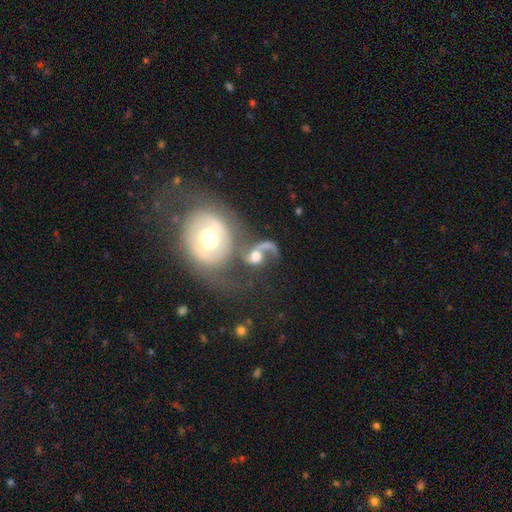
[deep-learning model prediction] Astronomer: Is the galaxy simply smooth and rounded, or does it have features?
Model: featured or disk — 65%.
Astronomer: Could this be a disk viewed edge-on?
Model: no — 96%.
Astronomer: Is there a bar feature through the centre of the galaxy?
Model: no — 61%.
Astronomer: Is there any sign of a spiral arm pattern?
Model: yes — 81%.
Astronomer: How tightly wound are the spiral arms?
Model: loose — 68%.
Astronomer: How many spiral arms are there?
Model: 2 — 53% (runner-up: 1, 40%).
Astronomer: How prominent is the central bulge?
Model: moderate — 55%.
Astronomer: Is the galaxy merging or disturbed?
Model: merger — 49%.